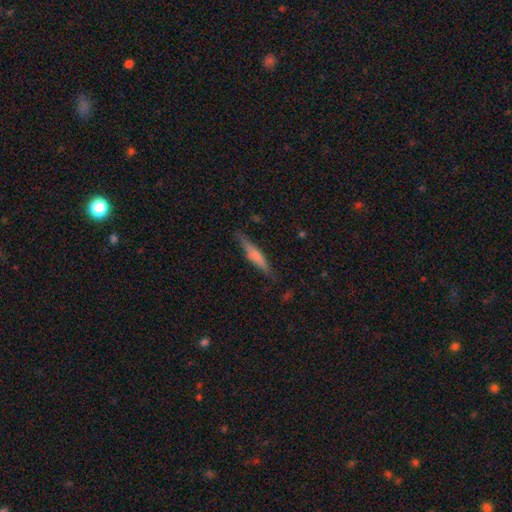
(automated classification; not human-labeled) Q: Smooth or featured?
A: smooth (49%); runner-up: featured or disk (44%)
Q: Merging?
A: none (83%); runner-up: minor disturbance (13%)